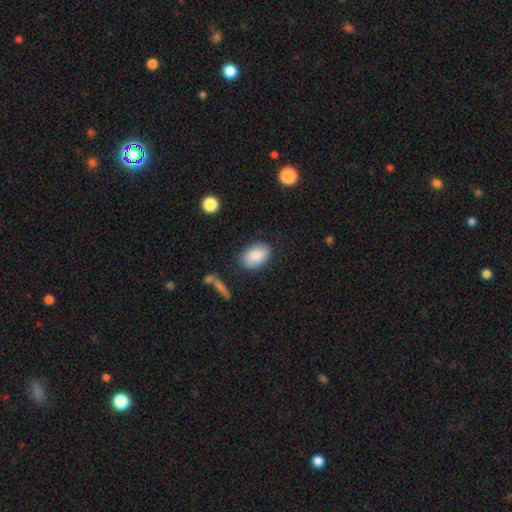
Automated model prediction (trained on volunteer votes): Smooth or featured: smooth — 85% (featured or disk — 9%)
How rounded: in between — 84% (round — 15%)
Merging: none — 79% (minor disturbance — 15%)